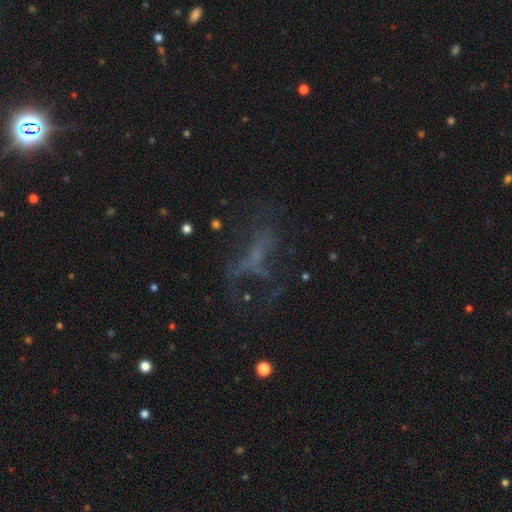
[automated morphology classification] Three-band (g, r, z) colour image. It shows a featured or disk galaxy (45%). Merging: none (43%).